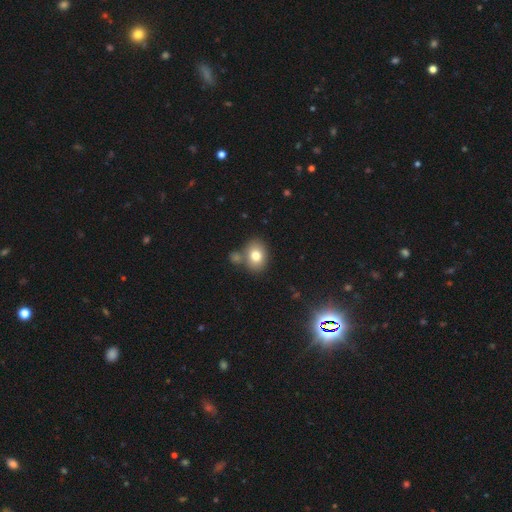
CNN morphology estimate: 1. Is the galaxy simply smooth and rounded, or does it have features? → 78% smooth, 12% featured or disk, 10% star or artifact.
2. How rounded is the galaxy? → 63% in between, 36% round, 1% cigar-shaped.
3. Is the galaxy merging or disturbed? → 64% none, 19% merger, 12% minor disturbance, 4% major disturbance.